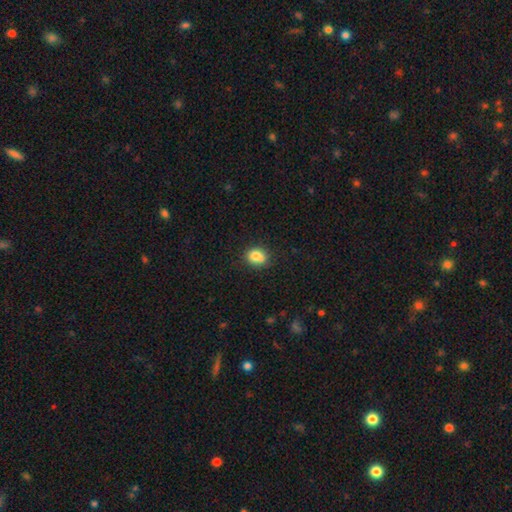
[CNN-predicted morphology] Overall: smooth (80%). How rounded: round (60%; in between 39%). Merging: none (62%).